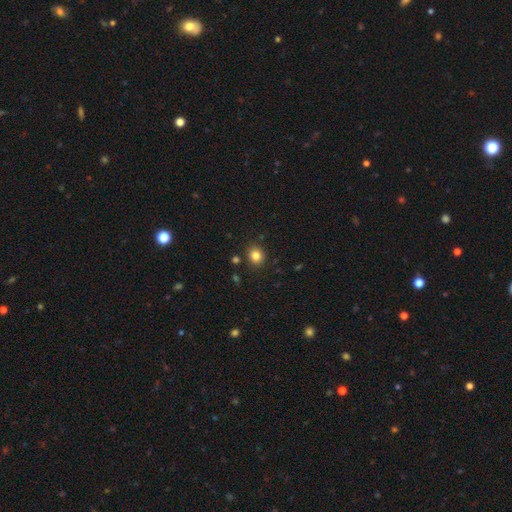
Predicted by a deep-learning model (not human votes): Smooth or featured: smooth — 83% (star or artifact — 11%)
How rounded: round — 80% (in between — 20%)
Merging: none — 87% (minor disturbance — 8%)